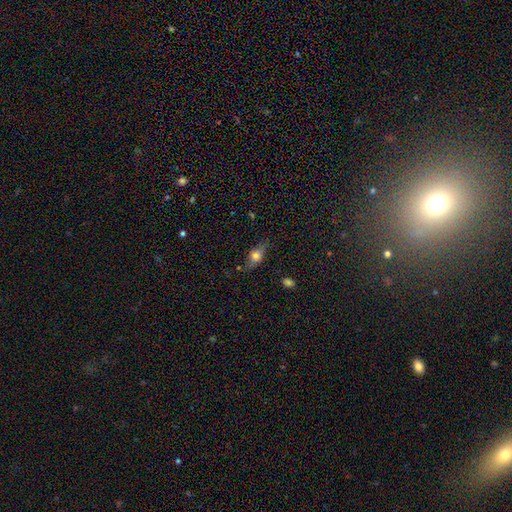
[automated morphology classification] This appears to be a smooth galaxy with no disk features (61%) that is in between round and cigar-shaped (72%). Merging: none (70%).